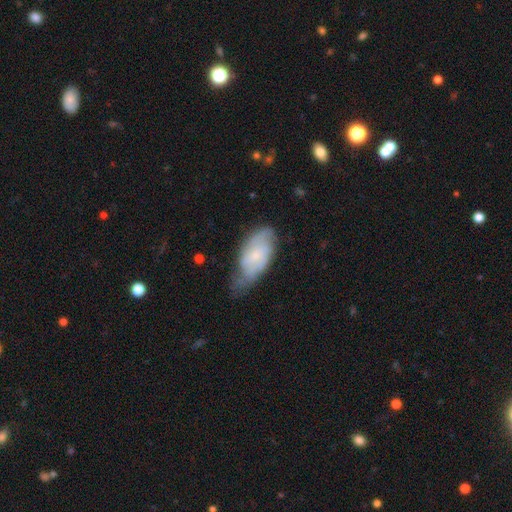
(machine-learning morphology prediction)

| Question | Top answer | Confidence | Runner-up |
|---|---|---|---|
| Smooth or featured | featured or disk | 54% | smooth (39%) |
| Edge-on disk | no | 92% | yes (8%) |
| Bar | no | 57% | weak (36%) |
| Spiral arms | yes | 83% | no (17%) |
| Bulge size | small | 64% | moderate (26%) |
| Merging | none | 46% | minor disturbance (38%) |